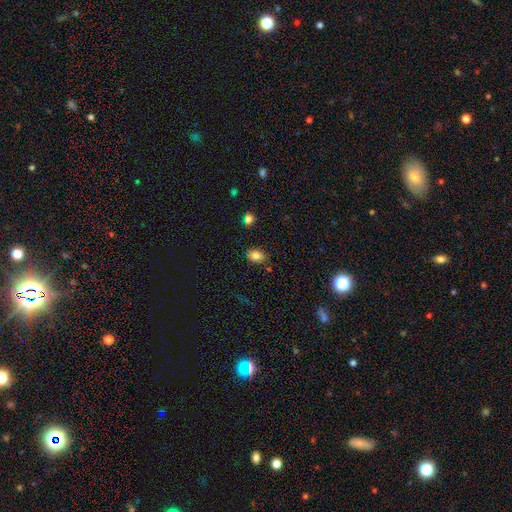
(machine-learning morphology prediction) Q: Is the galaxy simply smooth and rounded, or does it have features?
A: smooth — 83%.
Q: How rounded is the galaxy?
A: in between — 68%.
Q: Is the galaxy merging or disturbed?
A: none — 81%.